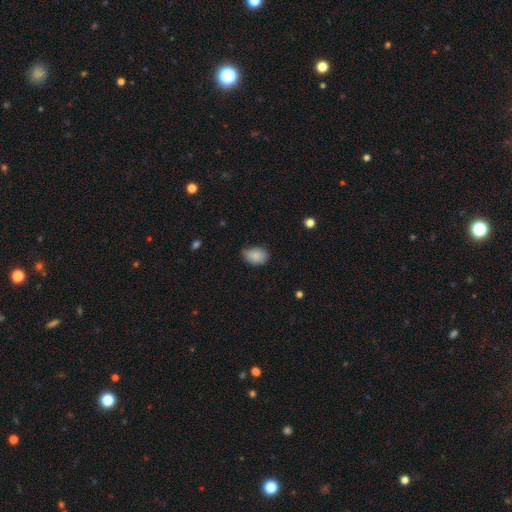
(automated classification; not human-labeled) Smooth or featured?
  - smooth: 87% *
  - star or artifact: 8%
  - featured or disk: 6%
How rounded?
  - in between: 82% *
  - round: 17%
  - cigar-shaped: 1%
Merging?
  - none: 65% *
  - minor disturbance: 29%
  - major disturbance: 4%
  - merger: 1%